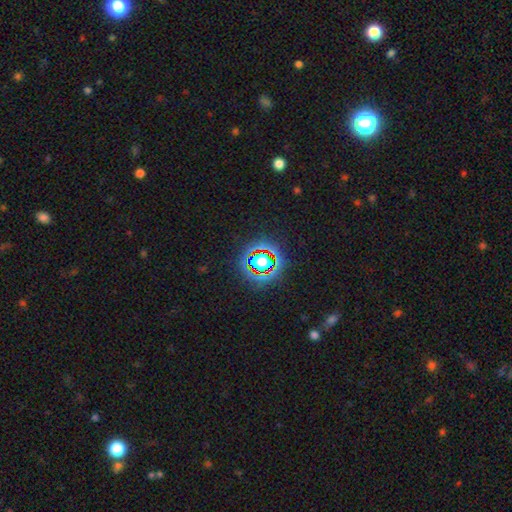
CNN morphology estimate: Smooth or featured? star or artifact (66%)